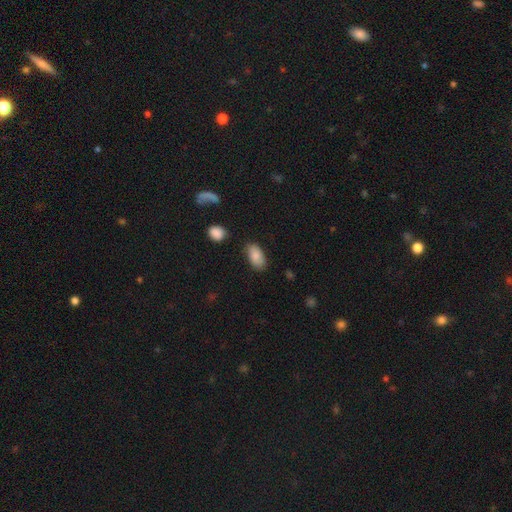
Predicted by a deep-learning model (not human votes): smooth_or_featured: smooth (p=0.83) [alt: featured or disk p=0.10]
how_rounded: in between (p=0.94) [alt: round p=0.03]
merging: none (p=0.79) [alt: minor disturbance p=0.15]